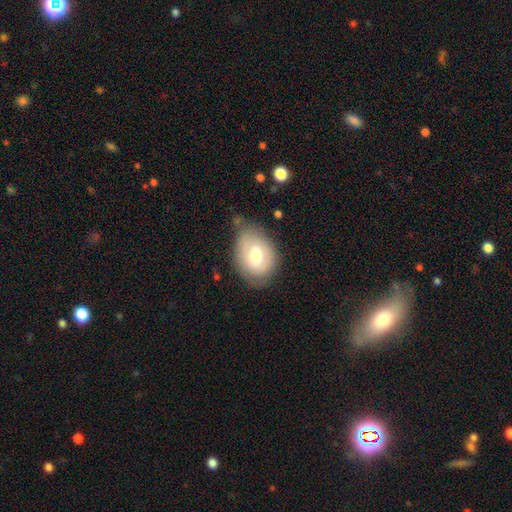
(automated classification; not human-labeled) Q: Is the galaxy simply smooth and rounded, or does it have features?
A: smooth — 65%.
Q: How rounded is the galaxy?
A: in between — 66%.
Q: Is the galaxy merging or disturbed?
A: none — 61%.